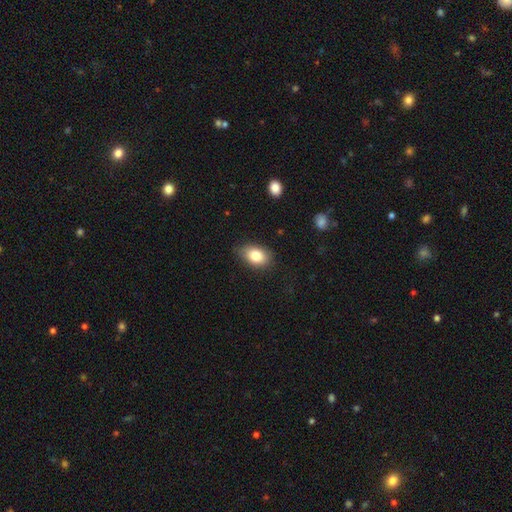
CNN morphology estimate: Smooth or featured?
  - smooth: 81% *
  - featured or disk: 11%
  - star or artifact: 8%
How rounded?
  - in between: 84% *
  - round: 15%
  - cigar-shaped: 1%
Merging?
  - none: 80% *
  - minor disturbance: 16%
  - major disturbance: 3%
  - merger: 1%